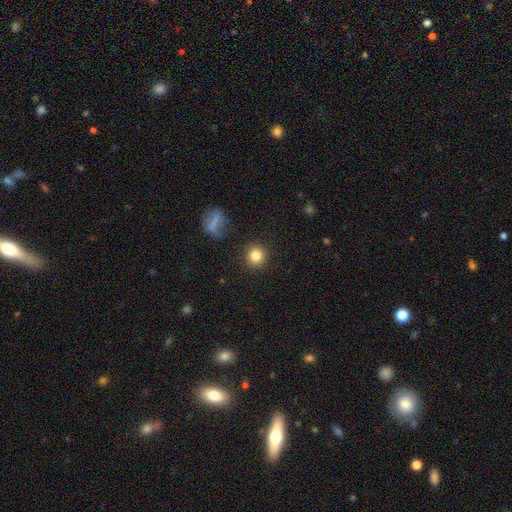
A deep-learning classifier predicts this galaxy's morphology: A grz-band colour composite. It shows a smooth galaxy with no disk features (82%) that is round (91%). Merging: none (90%).